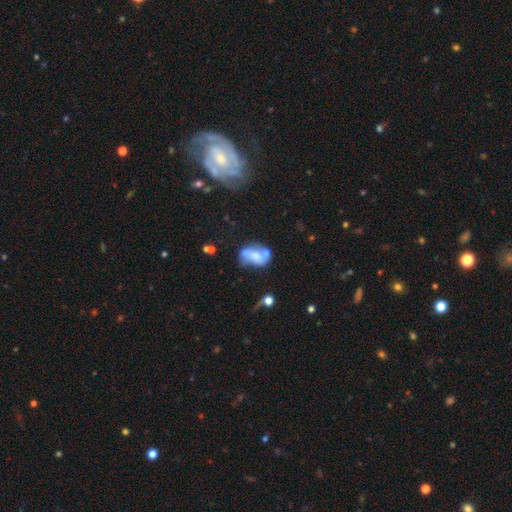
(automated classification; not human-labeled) The model was most divided on "bulge size": small: 34%, moderate: 33%, none: 22%, large: 8%, dominant: 2%. Remaining: edge-on disk — no (96%); spiral arms — yes (67%); bar — no (62%); smooth or featured — featured or disk (52%); merging — none (38%).